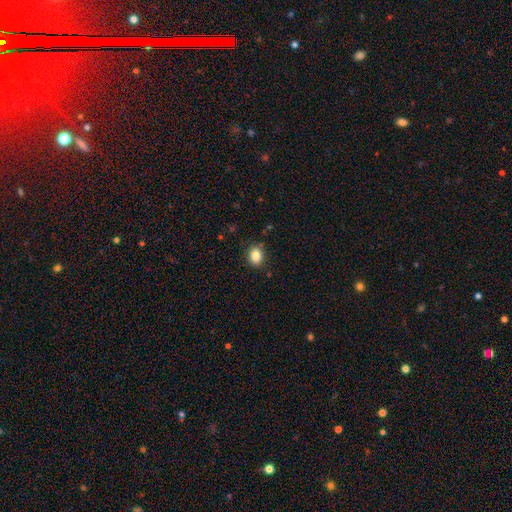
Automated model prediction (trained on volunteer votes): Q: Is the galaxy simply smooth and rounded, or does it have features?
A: smooth — 84%.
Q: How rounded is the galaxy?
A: round — 51%.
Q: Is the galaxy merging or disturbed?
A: none — 86%.